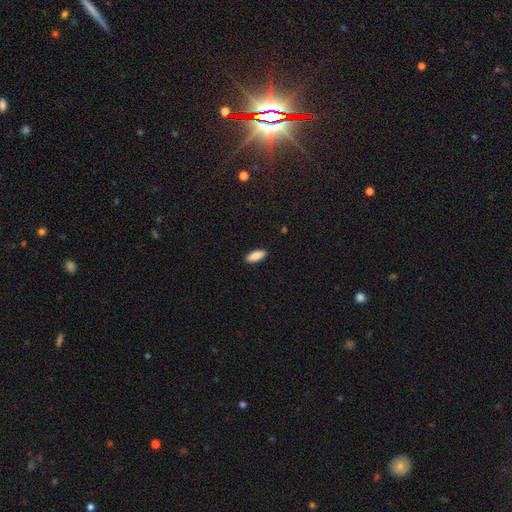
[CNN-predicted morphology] type=smooth (90%); roundness=in between (78%); merging=none (90%).